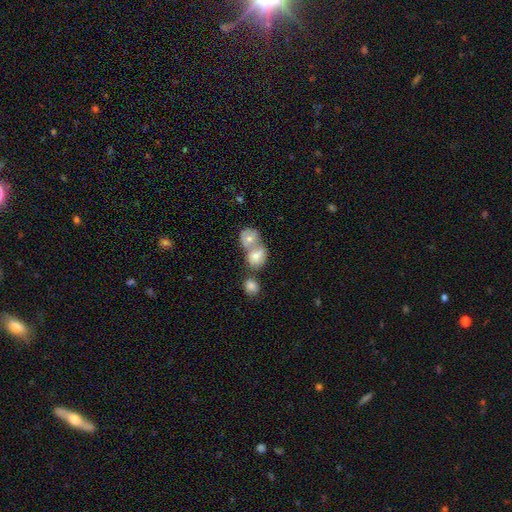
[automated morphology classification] Smooth or featured: smooth — 67% (featured or disk — 21%)
How rounded: round — 60% (in between — 38%)
Merging: merger — 64% (none — 26%)